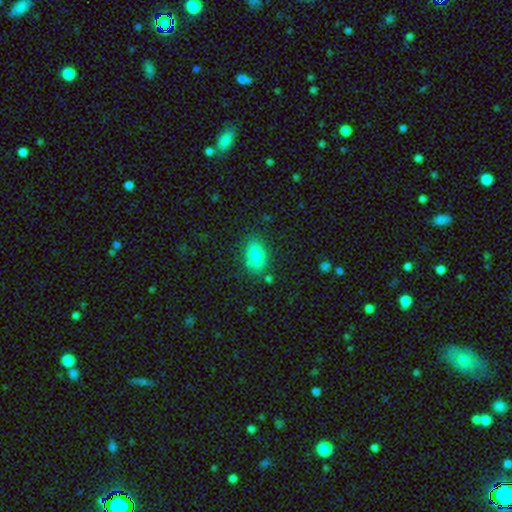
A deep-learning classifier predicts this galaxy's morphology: Overall: smooth (83%). How rounded: in between (86%). Merging: none (78%).